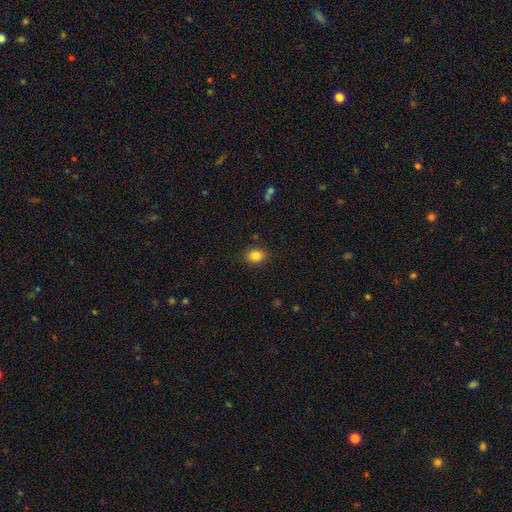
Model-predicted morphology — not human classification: smooth 84%, star or artifact 10%, featured or disk 6%. Down the decision tree: how rounded — in between (55%); merging — none (87%).